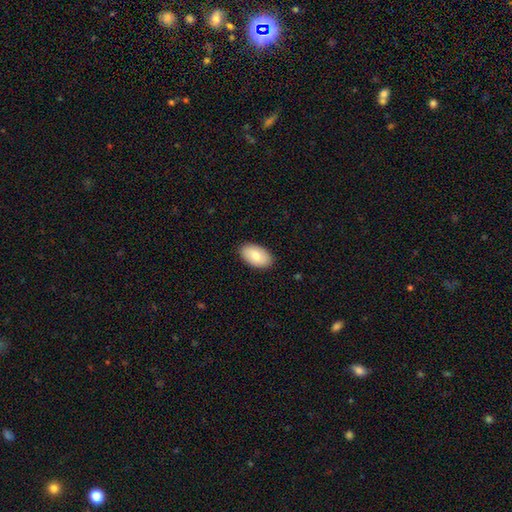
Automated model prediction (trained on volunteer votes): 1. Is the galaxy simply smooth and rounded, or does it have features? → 81% smooth, 13% featured or disk, 6% star or artifact.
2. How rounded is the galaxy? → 94% in between, 4% round, 1% cigar-shaped.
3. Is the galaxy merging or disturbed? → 88% none, 9% minor disturbance, 2% major disturbance, 1% merger.